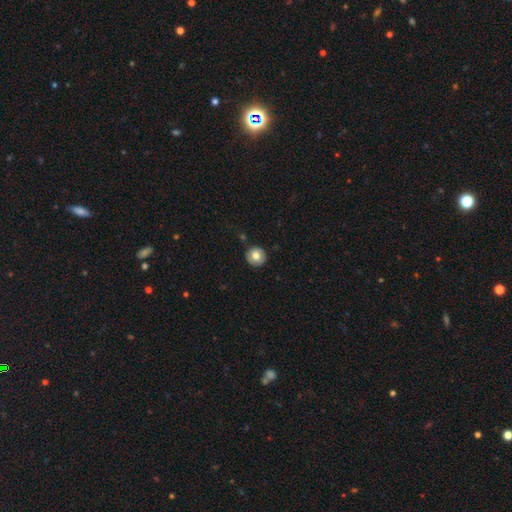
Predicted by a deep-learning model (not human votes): Smooth or featured: smooth — 72% (featured or disk — 20%)
How rounded: round — 93% (in between — 6%)
Merging: none — 87% (minor disturbance — 9%)